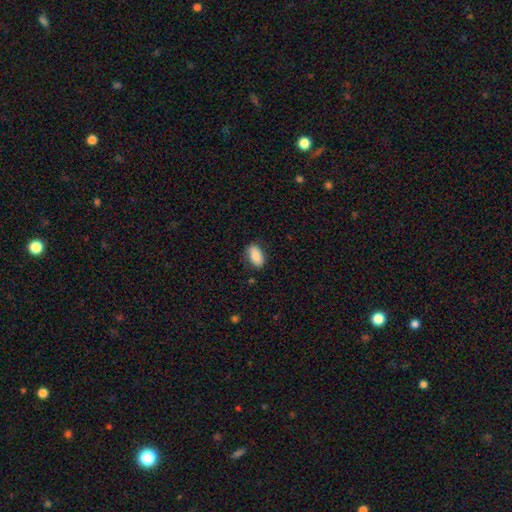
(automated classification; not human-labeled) smooth-or-featured: smooth: 82% | featured or disk: 12% | star or artifact: 7%
  how-rounded: in between: 92% | round: 5% | cigar-shaped: 3%
  merging: none: 81% | minor disturbance: 14% | major disturbance: 3% | merger: 1%